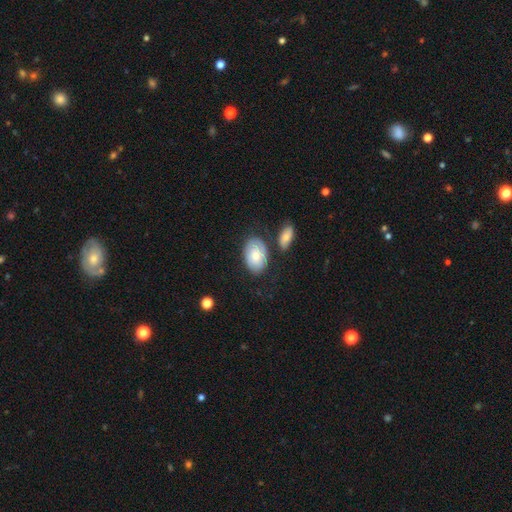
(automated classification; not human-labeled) A smooth galaxy with no disk features (62%) that is in between round and cigar-shaped (88%). Merging: none (68%).